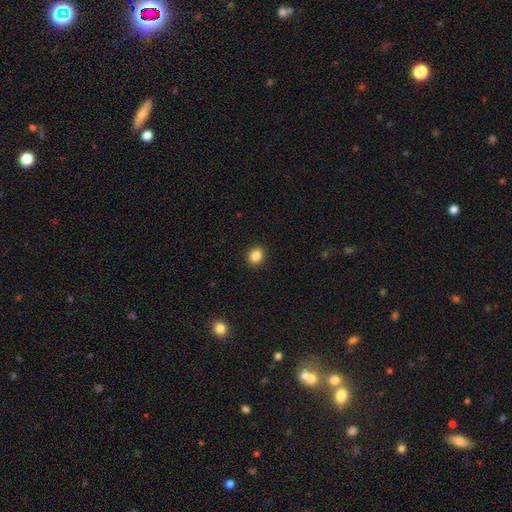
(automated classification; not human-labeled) This appears to be a smooth galaxy with no disk features (86%) that is round (75%). Merging: none (92%).